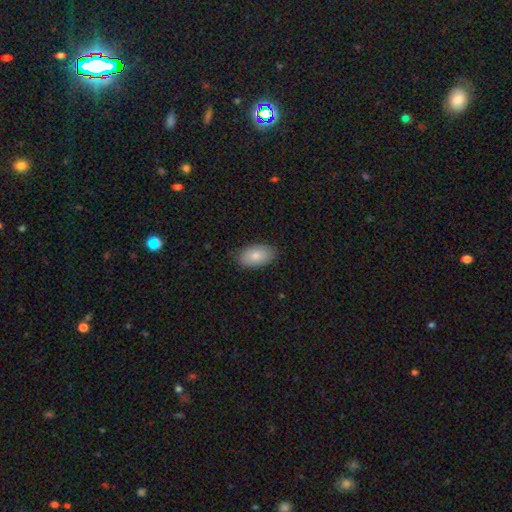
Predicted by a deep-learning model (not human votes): Smooth or featured: smooth — 82% (featured or disk — 11%)
How rounded: in between — 94% (round — 5%)
Merging: none — 85% (minor disturbance — 12%)